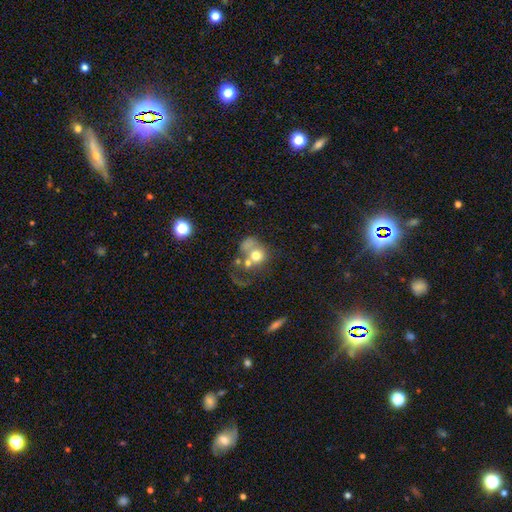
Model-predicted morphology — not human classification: A smooth galaxy with no disk features (57%) that is round (71%).

Vote fractions:
- Smooth or featured? smooth: 57% / featured or disk: 31% / star or artifact: 12%
- How rounded? round: 71% / in between: 28% / cigar-shaped: 1%
- Merging? merger: 48% / major disturbance: 23% / none: 20% / minor disturbance: 9%